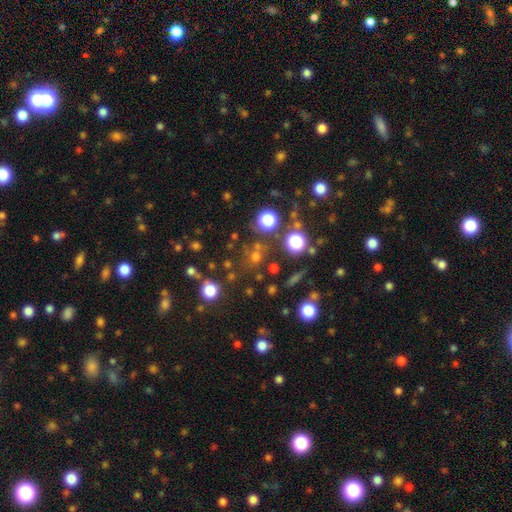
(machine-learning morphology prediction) The model was most divided on "smooth or featured": smooth: 52%, star or artifact: 38%, featured or disk: 10%. More confident: how rounded — round (85%); merging — none (74%).